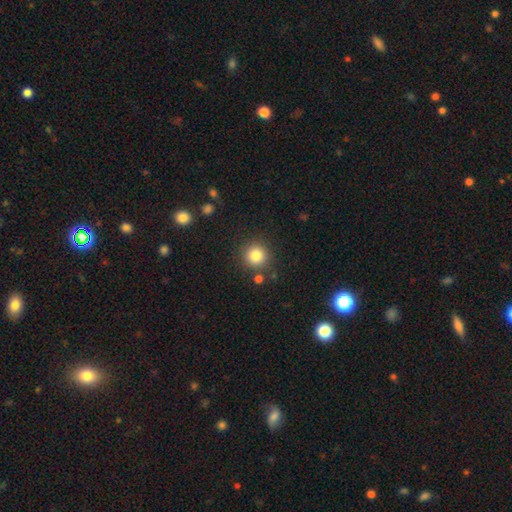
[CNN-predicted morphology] The model was most divided on "smooth or featured": smooth: 83%, star or artifact: 11%, featured or disk: 6%. More confident: how rounded — round (94%); merging — none (85%).